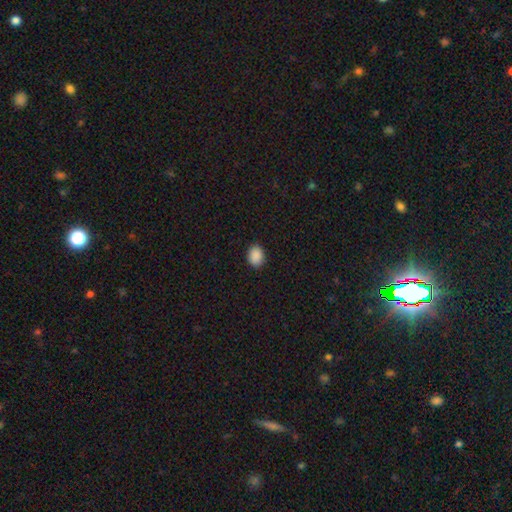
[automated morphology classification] smooth-or-featured: smooth: 89% | star or artifact: 8% | featured or disk: 2%
  how-rounded: in between: 65% | round: 34% | cigar-shaped: 1%
  merging: none: 88% | minor disturbance: 9% | major disturbance: 2% | merger: 1%